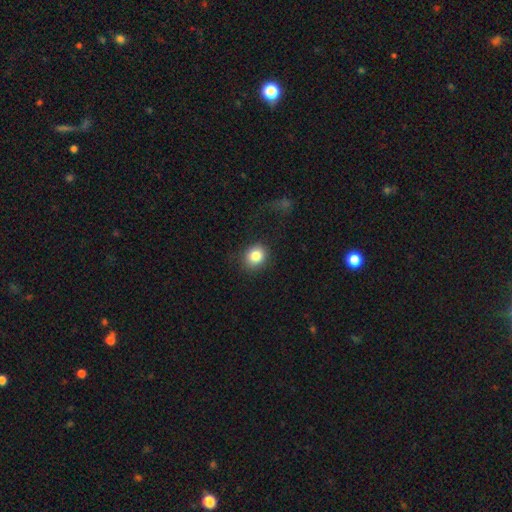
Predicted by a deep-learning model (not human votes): Smooth or featured? smooth (84%)
How rounded? round (69%)
Merging? none (84%)